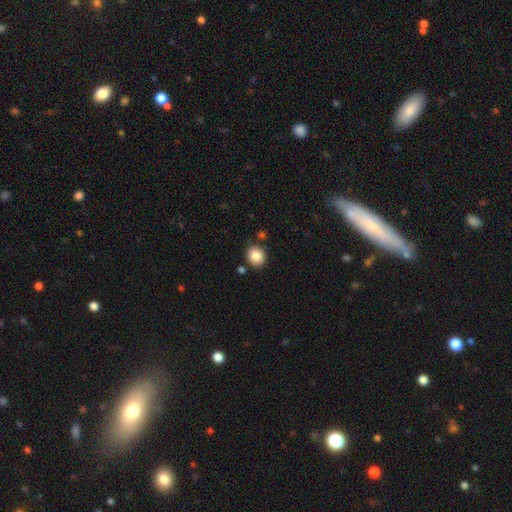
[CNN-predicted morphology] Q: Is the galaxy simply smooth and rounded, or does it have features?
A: smooth — 85%.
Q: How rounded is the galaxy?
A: round — 67%.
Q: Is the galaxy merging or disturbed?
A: none — 83%.